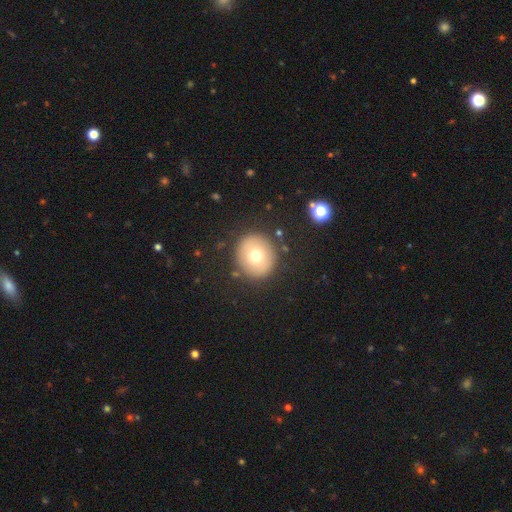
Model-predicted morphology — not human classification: Overall: smooth (70%). How rounded: round (88%). Merging: none (88%).